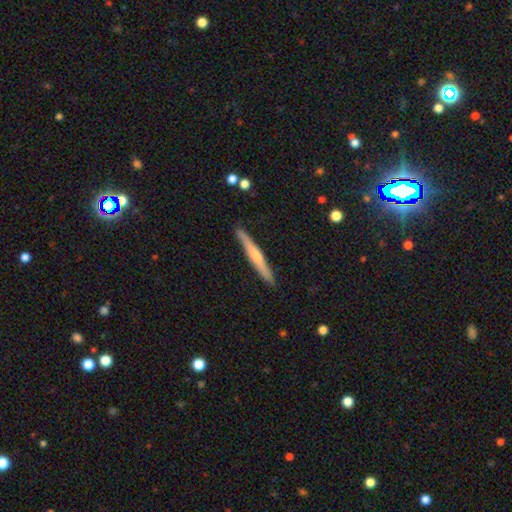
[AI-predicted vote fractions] Morphology: type=featured or disk (49%); merging=none (91%).